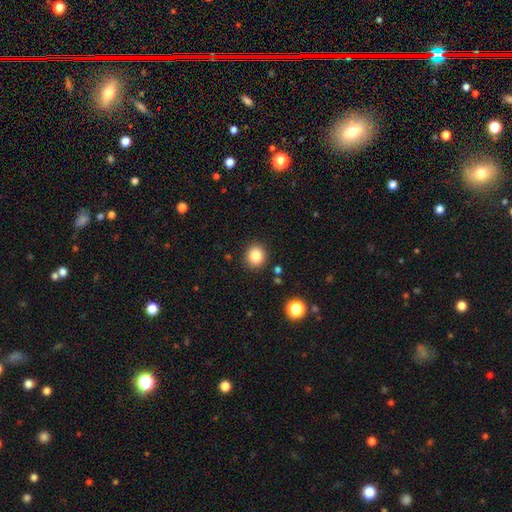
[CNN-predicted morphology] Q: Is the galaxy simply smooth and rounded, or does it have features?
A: smooth — 83%.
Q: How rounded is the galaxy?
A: round — 85%.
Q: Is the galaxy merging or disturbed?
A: none — 89%.